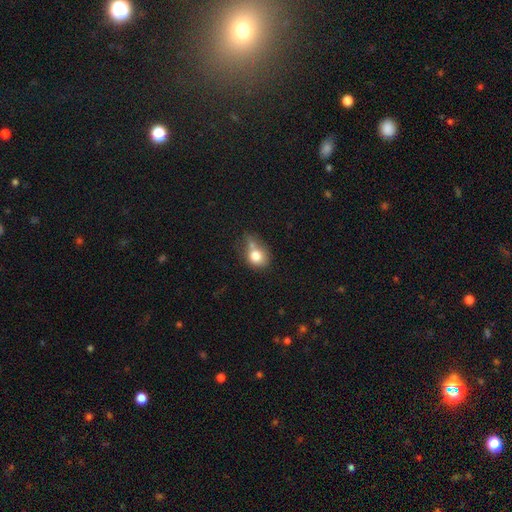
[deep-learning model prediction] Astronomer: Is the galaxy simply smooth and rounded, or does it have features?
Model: smooth — 76%.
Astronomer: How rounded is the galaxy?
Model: round — 57% (runner-up: in between, 42%).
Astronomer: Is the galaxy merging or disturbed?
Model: none — 32%, tied with merger at 32%.